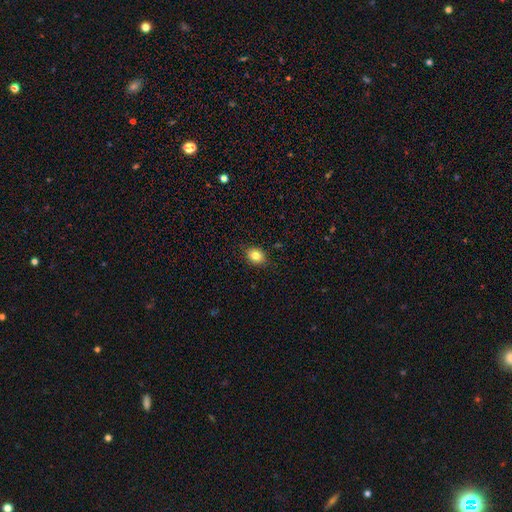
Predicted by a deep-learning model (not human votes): Overall: smooth (82%). How rounded: in between (53%; round 46%). Merging: none (88%).